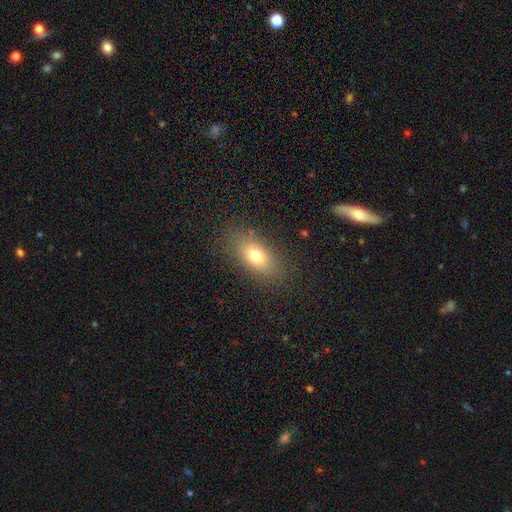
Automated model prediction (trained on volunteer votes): smooth_or_featured: smooth (p=0.71) [alt: featured or disk p=0.18]
how_rounded: in between (p=0.81) [alt: round p=0.10]
merging: none (p=0.83) [alt: minor disturbance p=0.11]